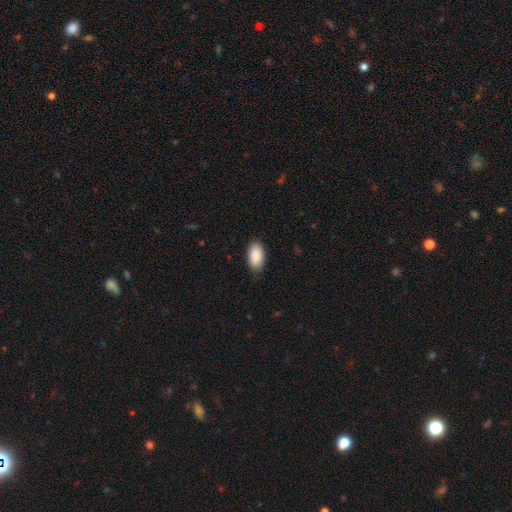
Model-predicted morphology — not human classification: Smooth or featured? smooth (90%)
How rounded? in between (95%)
Merging? none (83%)